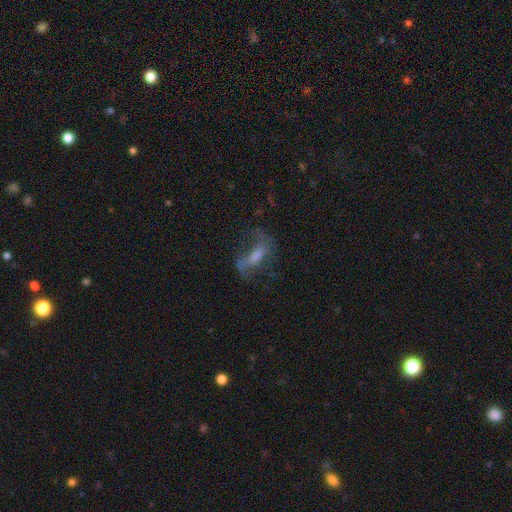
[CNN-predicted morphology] This appears to be a featured or disk galaxy (60%) with a weak bar (39%), spiral arms (68%) and a moderate central bulge (32%). Merging: none (49%).